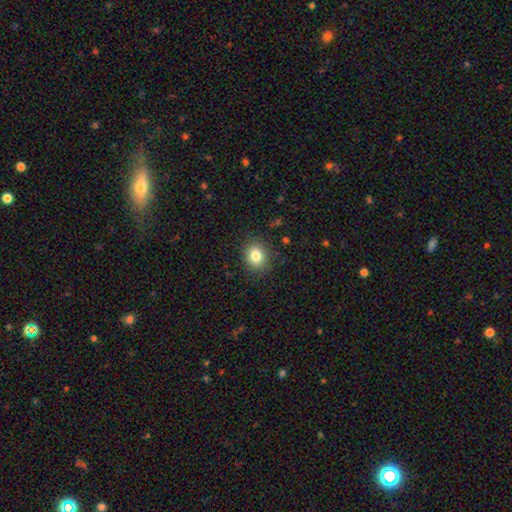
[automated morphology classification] Q: Smooth or featured?
A: smooth (82%); runner-up: star or artifact (11%)
Q: How rounded?
A: round (61%); runner-up: in between (38%)
Q: Merging?
A: none (86%); runner-up: minor disturbance (10%)